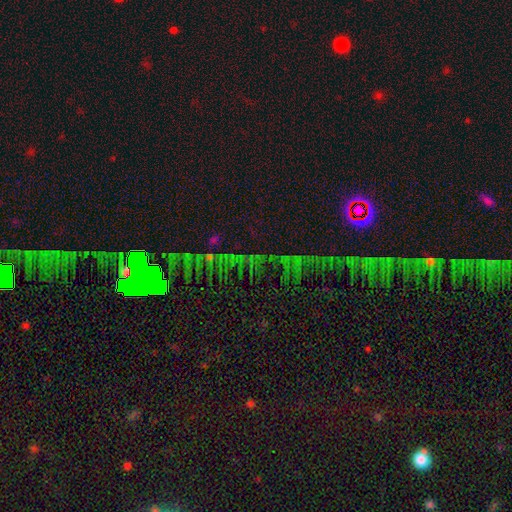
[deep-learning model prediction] This is likely a star or artifact rather than a galaxy (79%).